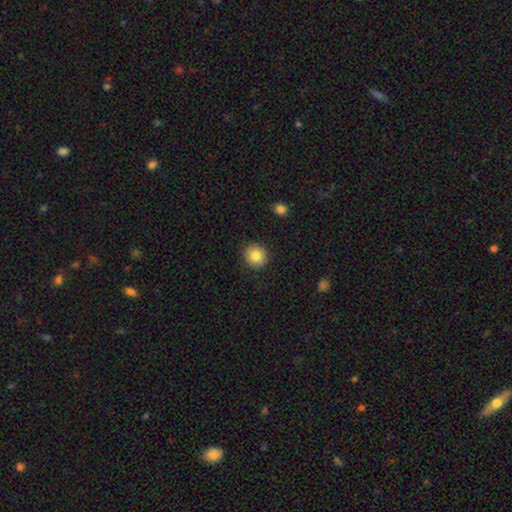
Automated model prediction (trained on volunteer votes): A smooth galaxy with no disk features (83%) that is round (90%). Merging: none (90%).